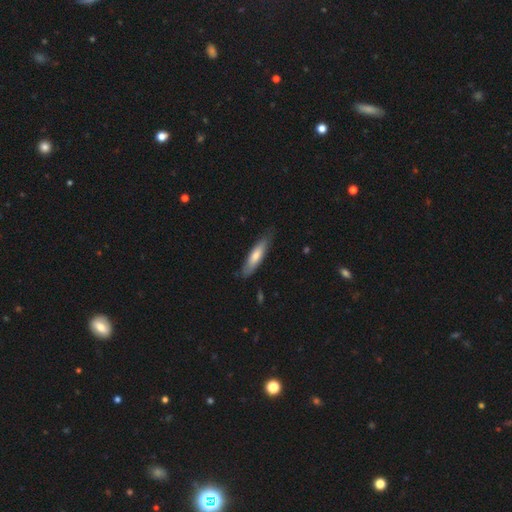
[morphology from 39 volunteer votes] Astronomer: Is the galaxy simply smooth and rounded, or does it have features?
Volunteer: smooth — 64%.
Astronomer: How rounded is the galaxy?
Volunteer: cigar-shaped — 80%.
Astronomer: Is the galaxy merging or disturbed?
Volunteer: none — 71%.